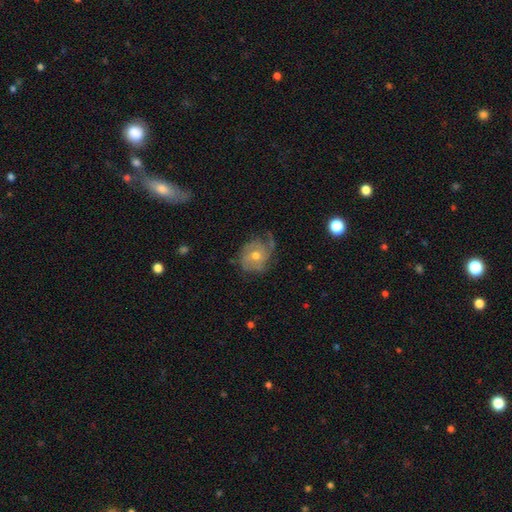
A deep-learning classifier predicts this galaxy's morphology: A featured or disk galaxy (76%) with no bar (72%), 3 (35%) tight (47%) spiral arms (92%) and a moderate central bulge (67%). Merging: none (62%).